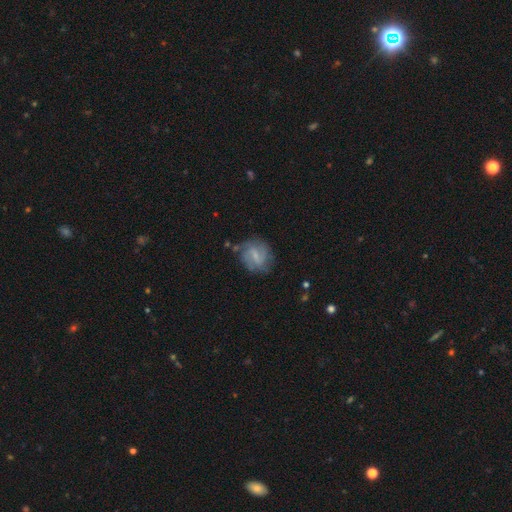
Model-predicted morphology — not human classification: featured or disk 68%, smooth 25%, star or artifact 7%. Down the decision tree: edge-on disk — no (97%); bar — weak (60%); spiral arms — yes (88%); spiral arm count — 2 (58%); spiral winding — medium (44%); bulge size — small (52%); merging — none (68%).